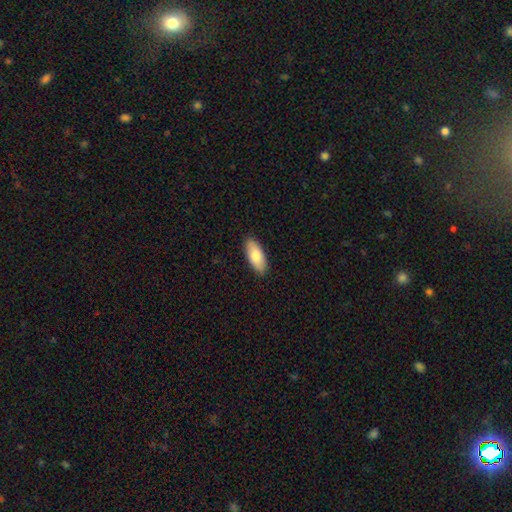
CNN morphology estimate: Q: Smooth or featured?
A: smooth (80%); runner-up: featured or disk (15%)
Q: How rounded?
A: in between (84%); runner-up: cigar-shaped (14%)
Q: Merging?
A: none (90%); runner-up: minor disturbance (8%)